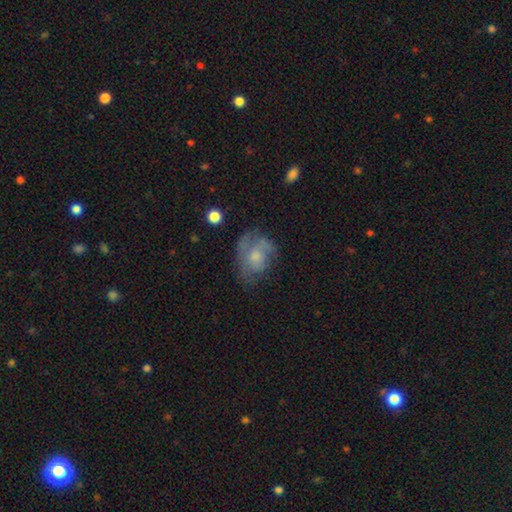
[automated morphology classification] A featured or disk galaxy (46%).

Vote fractions:
- Smooth or featured? featured or disk: 46% / smooth: 44% / star or artifact: 9%
- Merging? none: 46% / minor disturbance: 28% / major disturbance: 23% / merger: 3%